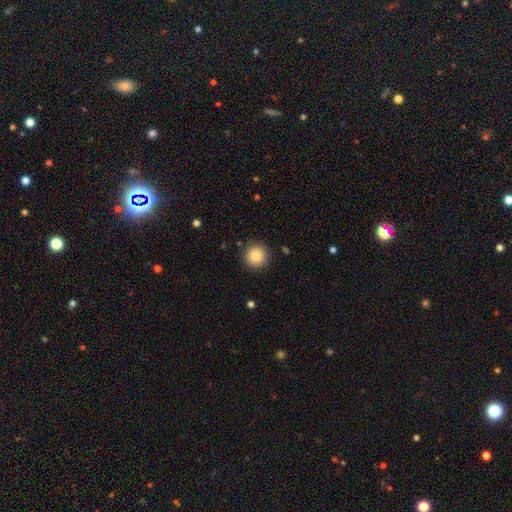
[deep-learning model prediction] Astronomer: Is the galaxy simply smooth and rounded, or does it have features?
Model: smooth — 86%.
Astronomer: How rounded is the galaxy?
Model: round — 95%.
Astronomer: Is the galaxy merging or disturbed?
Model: none — 90%.